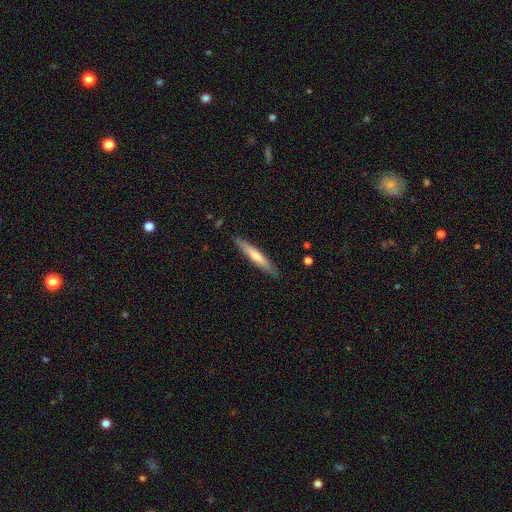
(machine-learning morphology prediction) smooth 54%, featured or disk 40%, star or artifact 6%. Down the decision tree: how rounded — cigar-shaped (94%); merging — none (89%).